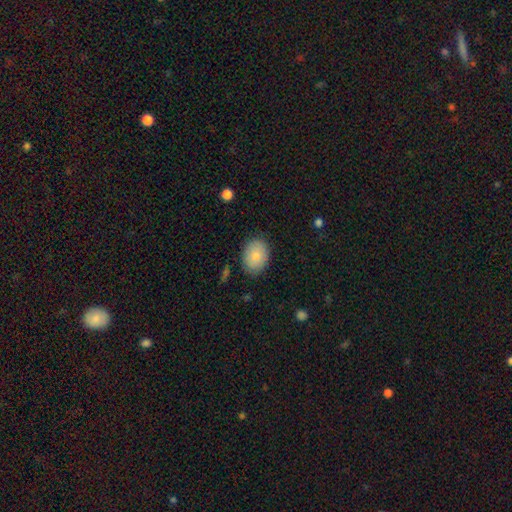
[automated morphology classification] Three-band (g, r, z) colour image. It shows a smooth galaxy with no disk features (84%) that is in between round and cigar-shaped (74%). Merging: none (85%).